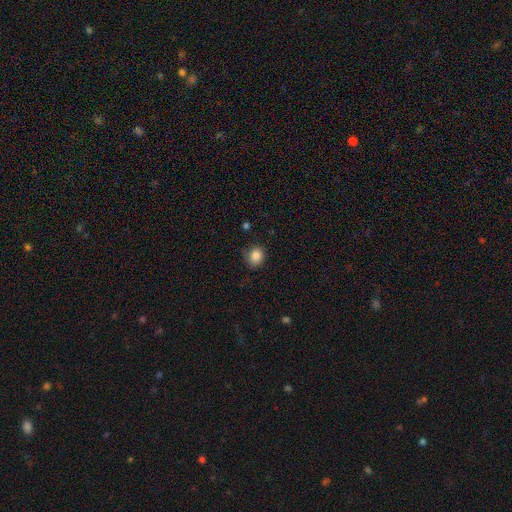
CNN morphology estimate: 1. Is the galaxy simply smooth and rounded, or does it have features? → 84% smooth, 10% star or artifact, 5% featured or disk.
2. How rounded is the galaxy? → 75% round, 24% in between, 1% cigar-shaped.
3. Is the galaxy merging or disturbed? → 76% none, 18% minor disturbance, 4% major disturbance, 1% merger.